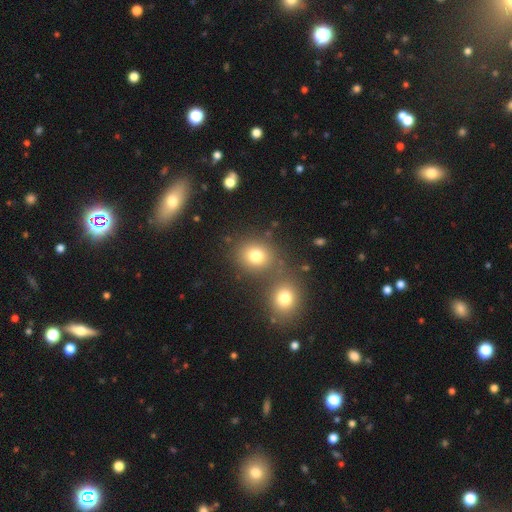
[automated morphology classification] Smooth or featured? smooth (77%)
How rounded? round (75%)
Merging? none (64%)